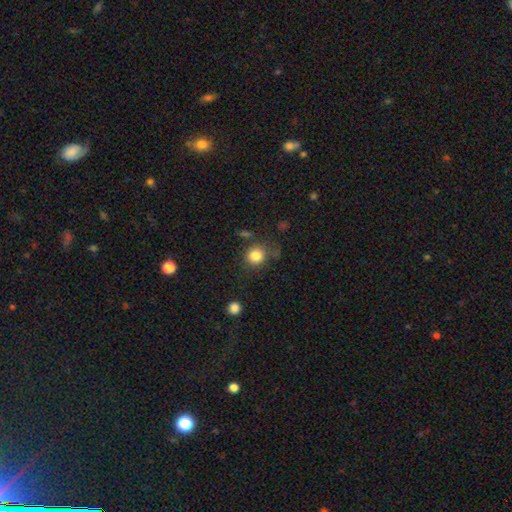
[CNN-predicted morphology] This appears to be a smooth galaxy with no disk features (83%) that is round (84%). Merging: none (72%).